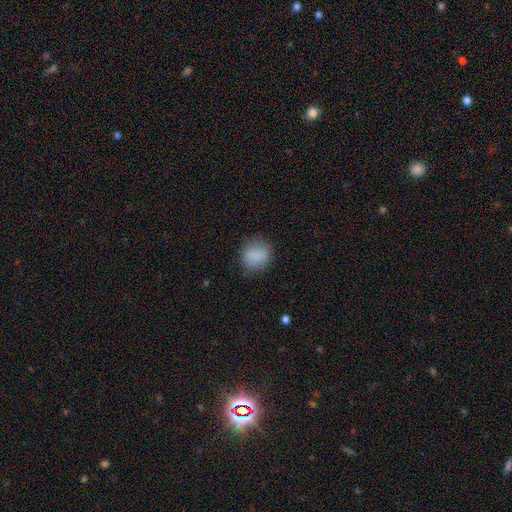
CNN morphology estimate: Smooth or featured? Predicted: smooth (p=0.86). How rounded? Predicted: round (p=0.75). Merging? Predicted: none (p=0.79).